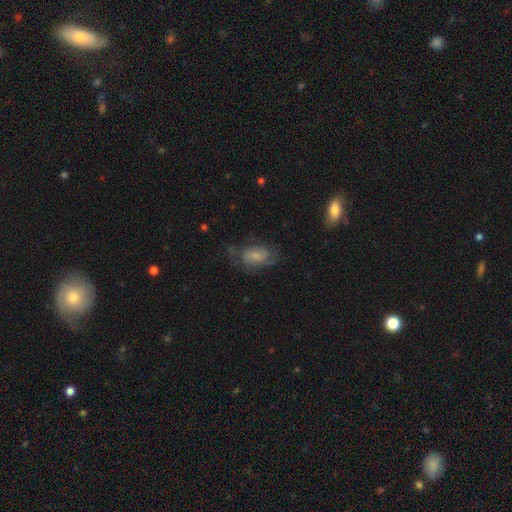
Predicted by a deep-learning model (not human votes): Smooth or featured: featured or disk — 48% (smooth — 43%)
Merging: none — 51% (minor disturbance — 26%)